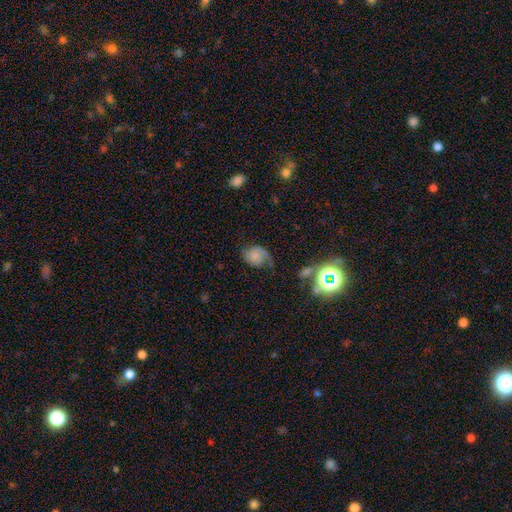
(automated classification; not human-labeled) Smooth or featured? Predicted: featured or disk (p=0.44). Merging? Predicted: none (p=0.43).